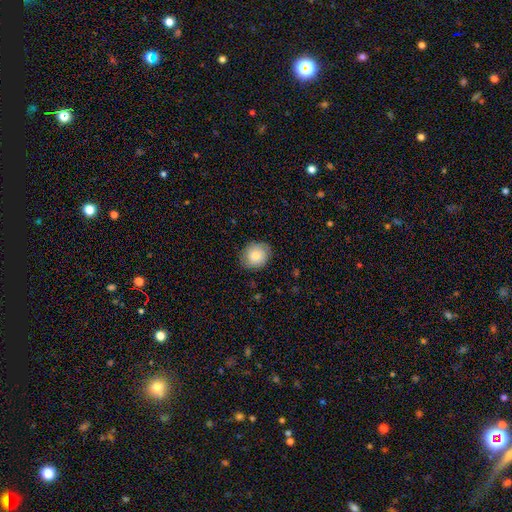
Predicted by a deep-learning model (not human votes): Q: Smooth or featured?
A: smooth (76%); runner-up: featured or disk (17%)
Q: How rounded?
A: round (73%); runner-up: in between (26%)
Q: Merging?
A: none (81%); runner-up: minor disturbance (14%)